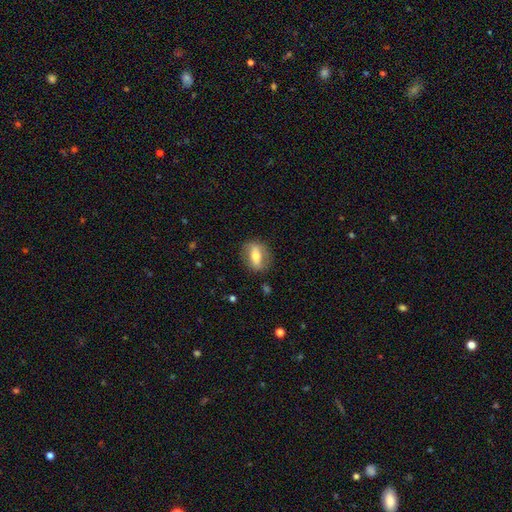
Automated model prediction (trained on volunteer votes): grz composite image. It shows a smooth galaxy with no disk features (50%). Merging: none (80%).